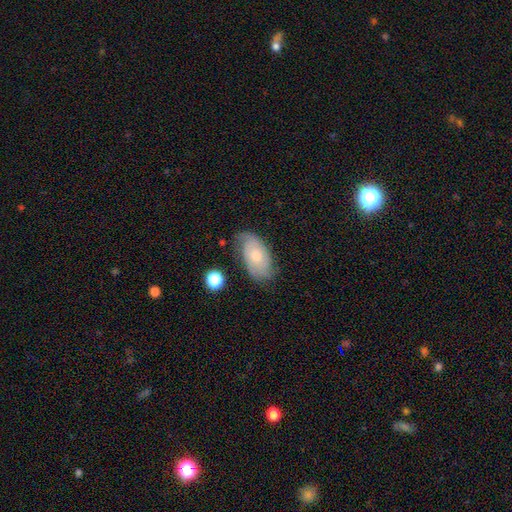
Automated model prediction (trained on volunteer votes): A featured or disk galaxy (55%) with no bar (79%), spiral arms (82%) and a moderate central bulge (51%). Merging: none (68%).